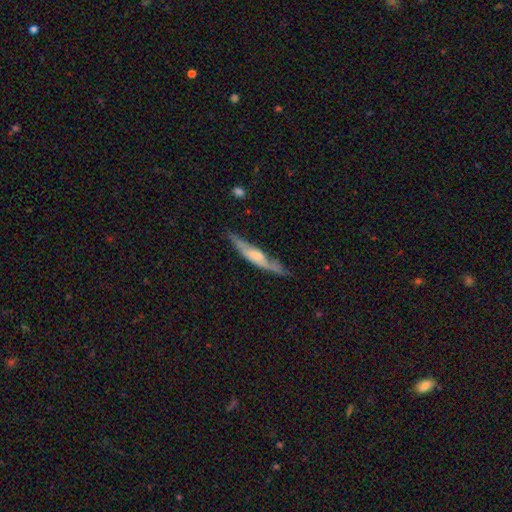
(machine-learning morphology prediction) This appears to be a featured or disk galaxy (64%) viewed edge-on (81%) with a rounded central bulge (53%). Merging: none (71%).